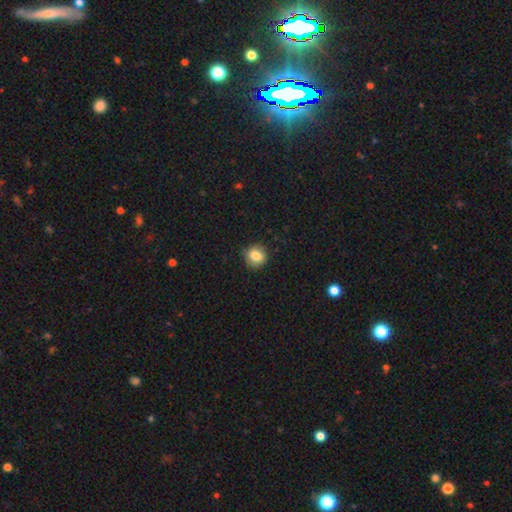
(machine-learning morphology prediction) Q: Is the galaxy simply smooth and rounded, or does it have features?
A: smooth — 82%.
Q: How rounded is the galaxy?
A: round — 82%.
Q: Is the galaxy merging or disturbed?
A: none — 83%.